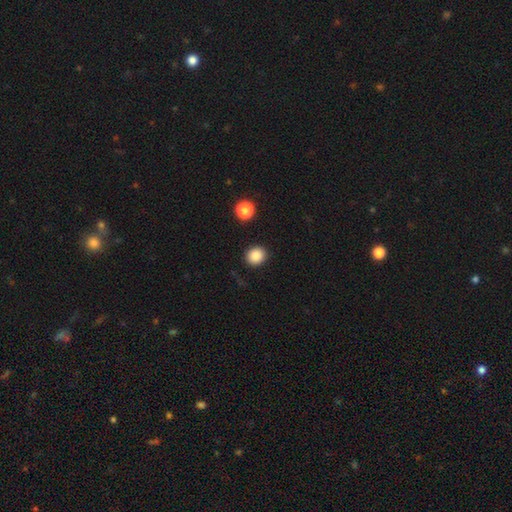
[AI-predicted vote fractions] Smooth or featured? Predicted: smooth (p=0.87). How rounded? Predicted: round (p=0.79). Merging? Predicted: none (p=0.89).